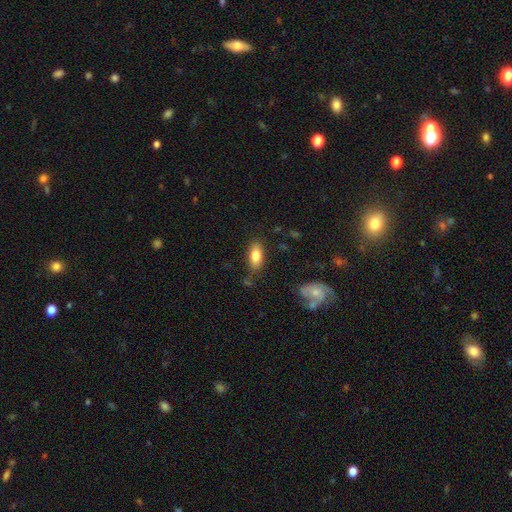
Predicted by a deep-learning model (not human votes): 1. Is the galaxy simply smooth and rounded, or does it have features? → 81% smooth, 12% featured or disk, 7% star or artifact.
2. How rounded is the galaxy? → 86% in between, 11% cigar-shaped, 3% round.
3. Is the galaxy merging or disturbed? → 78% none, 15% minor disturbance, 4% major disturbance, 3% merger.